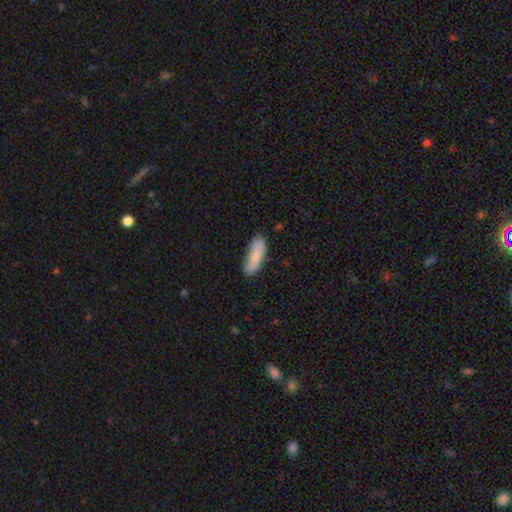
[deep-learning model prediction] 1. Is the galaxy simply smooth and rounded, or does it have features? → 82% smooth, 13% featured or disk, 6% star or artifact.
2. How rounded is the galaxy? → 52% in between, 46% cigar-shaped, 2% round.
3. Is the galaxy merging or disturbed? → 75% none, 20% minor disturbance, 4% major disturbance, 2% merger.